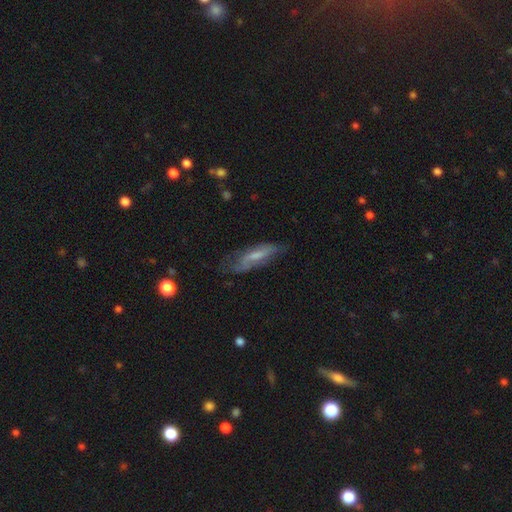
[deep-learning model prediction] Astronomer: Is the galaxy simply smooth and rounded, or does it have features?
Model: featured or disk — 49% (runner-up: smooth, 43%).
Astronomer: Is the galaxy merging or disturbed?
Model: none — 54%.